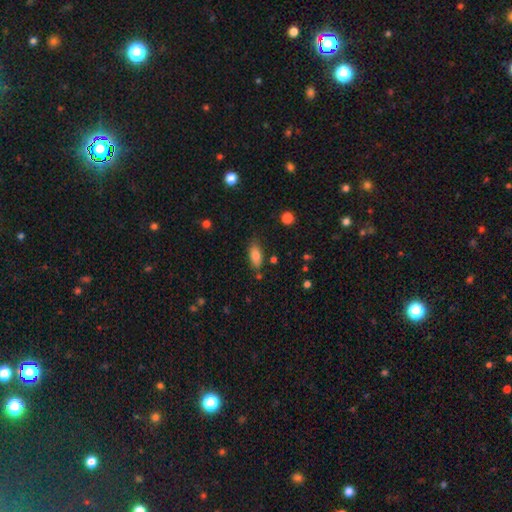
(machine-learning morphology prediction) A smooth galaxy with no disk features (78%) that is in between round and cigar-shaped (85%). Merging: none (76%).